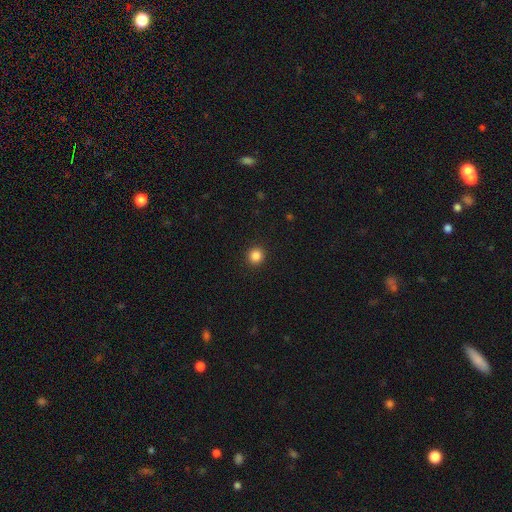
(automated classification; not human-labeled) A smooth galaxy with no disk features (86%) that is round (94%). Merging: none (93%).